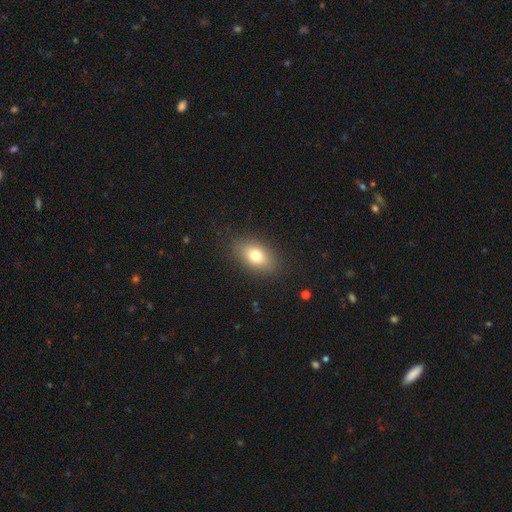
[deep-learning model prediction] A smooth galaxy with no disk features (76%) that is in between round and cigar-shaped (86%).

Vote fractions:
- Smooth or featured? smooth: 76% / featured or disk: 14% / star or artifact: 9%
- How rounded? in between: 86% / round: 11% / cigar-shaped: 3%
- Merging? none: 86% / minor disturbance: 10% / major disturbance: 3% / merger: 1%